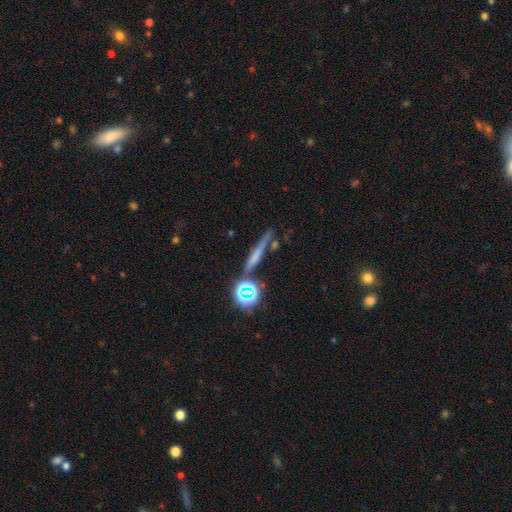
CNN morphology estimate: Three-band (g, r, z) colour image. It shows a smooth galaxy with no disk features (48%). Merging: none (73%).